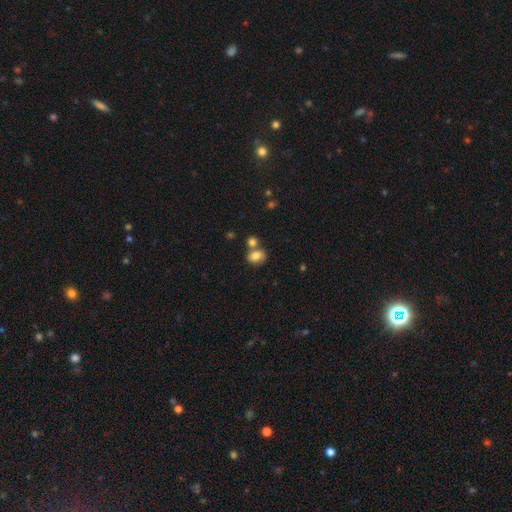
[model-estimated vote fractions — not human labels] A smooth galaxy with no disk features (79%) that is in between round and cigar-shaped (53%). Merging: none (55%).